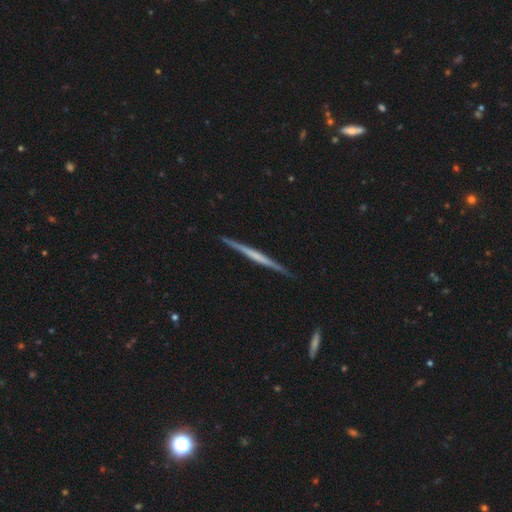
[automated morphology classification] A featured or disk galaxy (67%) viewed edge-on (98%) with no central bulge (75%). Merging: none (90%).